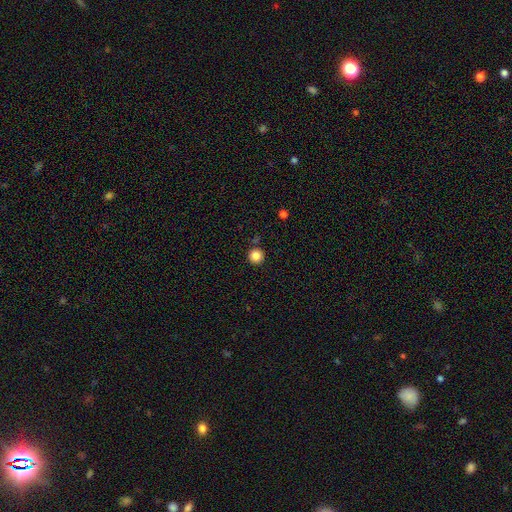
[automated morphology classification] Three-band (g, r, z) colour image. It shows a smooth galaxy with no disk features (85%) that is round (96%). Merging: none (90%).